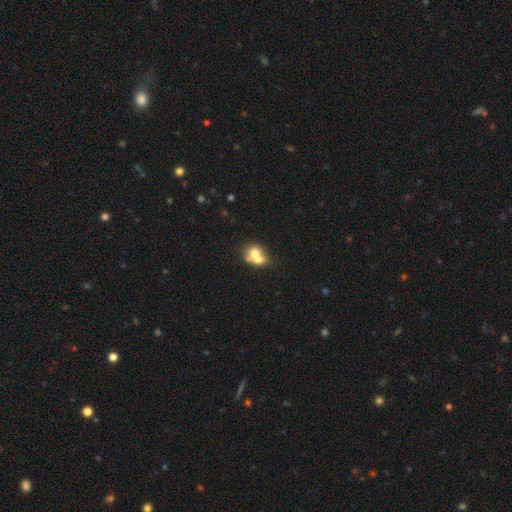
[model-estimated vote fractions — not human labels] The model was most divided on "how rounded": round: 59%, in between: 40%, cigar-shaped: 1%. More confident: merging — merger (66%); smooth or featured — smooth (63%).